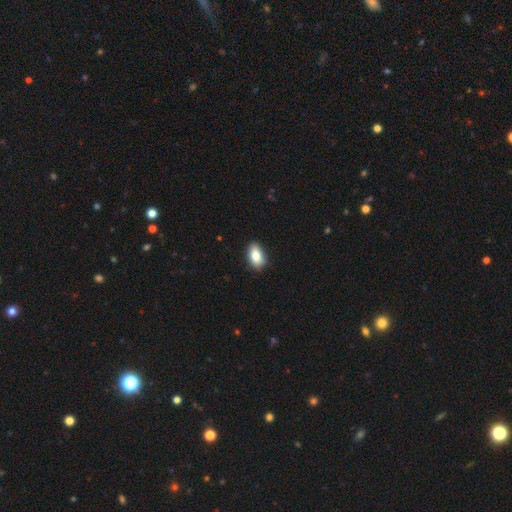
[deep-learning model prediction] smooth 83%, featured or disk 9%, star or artifact 7%. Down the decision tree: how rounded — in between (90%); merging — none (85%).